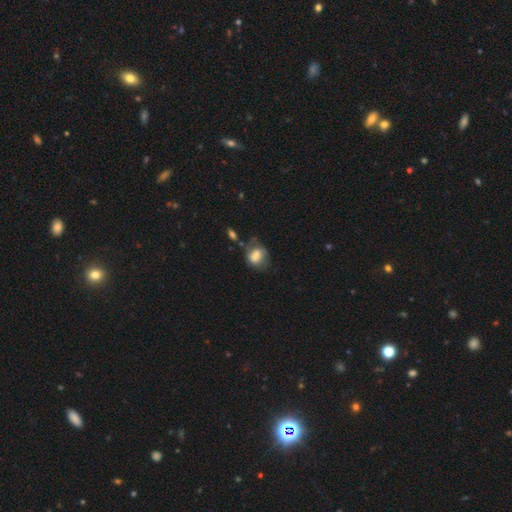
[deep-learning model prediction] The model was most divided on "how rounded": in between: 51%, round: 48%, cigar-shaped: 1%. More confident: smooth or featured — smooth (71%); merging — none (50%).